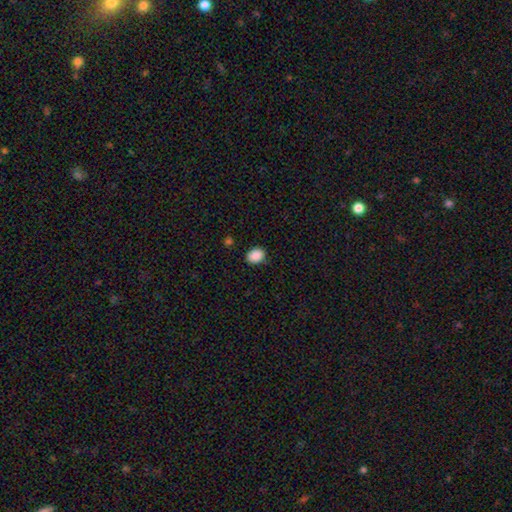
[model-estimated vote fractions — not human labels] smooth_or_featured: smooth (p=0.89) [alt: star or artifact p=0.08]
how_rounded: in between (p=0.66) [alt: round p=0.34]
merging: none (p=0.85) [alt: minor disturbance p=0.11]